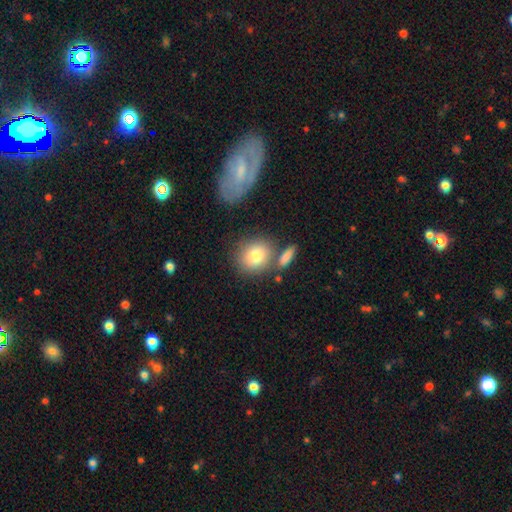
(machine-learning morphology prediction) Overall: smooth (79%). How rounded: round (73%). Merging: none (64%).